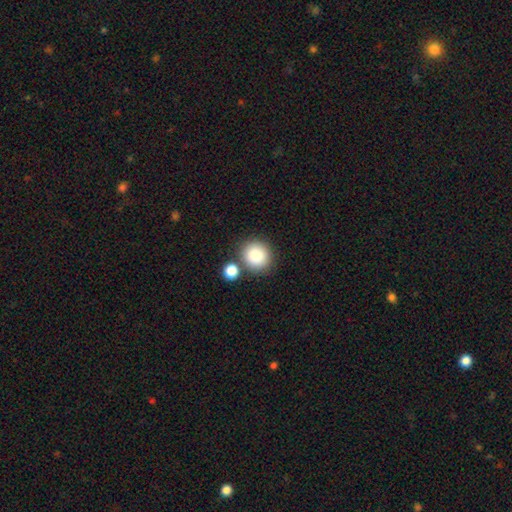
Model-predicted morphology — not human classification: smooth 87%, star or artifact 9%, featured or disk 4%. Down the decision tree: how rounded — round (85%); merging — none (75%).